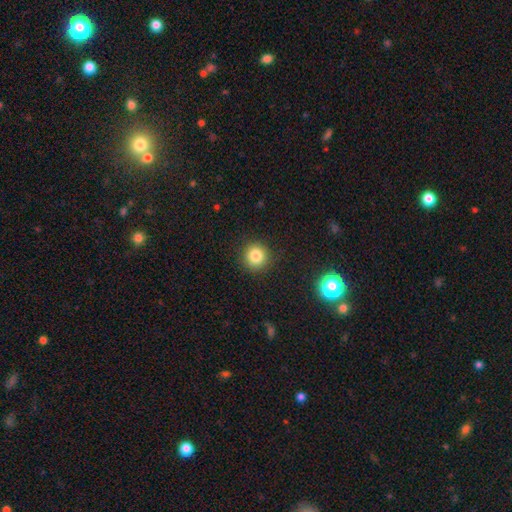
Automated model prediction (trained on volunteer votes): This is clearly a smooth galaxy (82%). How rounded: clearly round (93%). Merging: clearly none (90%).